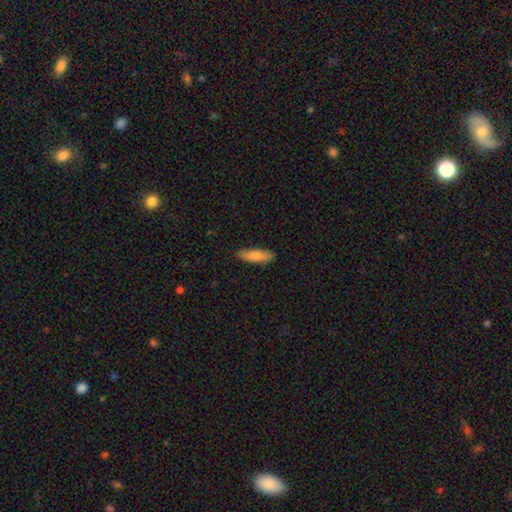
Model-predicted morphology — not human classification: Smooth or featured? Predicted: smooth (p=0.81). How rounded? Predicted: cigar-shaped (p=0.59). Merging? Predicted: none (p=0.87).